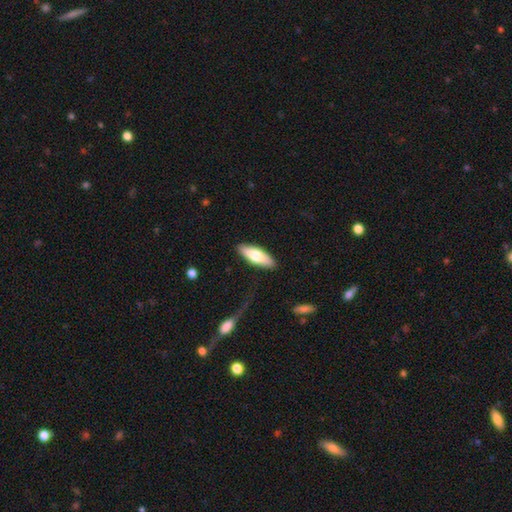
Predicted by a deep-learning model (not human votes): smooth_or_featured: smooth (p=0.67) [alt: featured or disk p=0.28]
how_rounded: in between (p=0.64) [alt: cigar-shaped p=0.34]
merging: none (p=0.86) [alt: minor disturbance p=0.10]